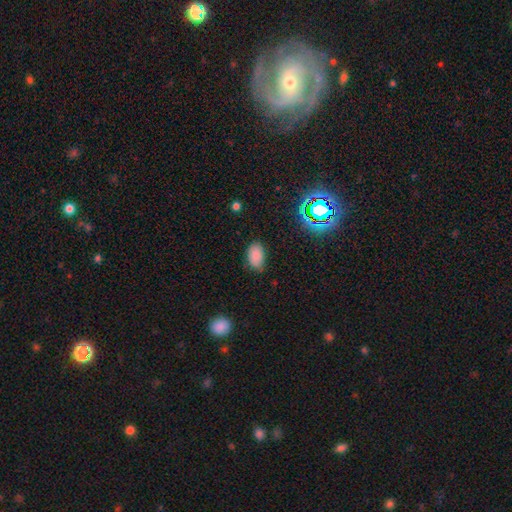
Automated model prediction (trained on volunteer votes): smooth-or-featured: smooth: 83% | star or artifact: 12% | featured or disk: 5%
  how-rounded: in between: 92% | round: 6% | cigar-shaped: 1%
  merging: none: 79% | minor disturbance: 17% | major disturbance: 4% | merger: 1%